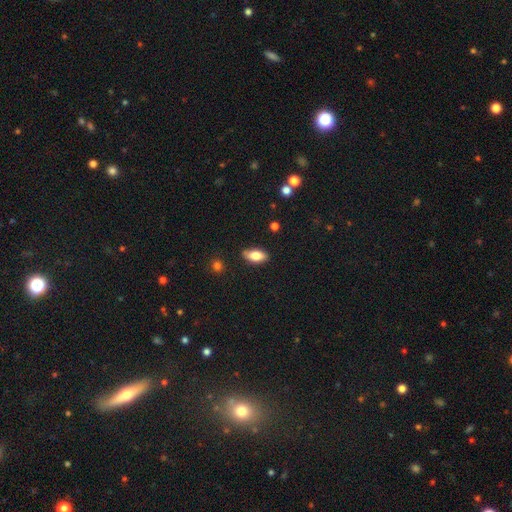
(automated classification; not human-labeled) Smooth or featured?
  - smooth: 78% *
  - featured or disk: 15%
  - star or artifact: 7%
How rounded?
  - in between: 86% *
  - cigar-shaped: 10%
  - round: 3%
Merging?
  - none: 82% *
  - minor disturbance: 14%
  - major disturbance: 2%
  - merger: 2%